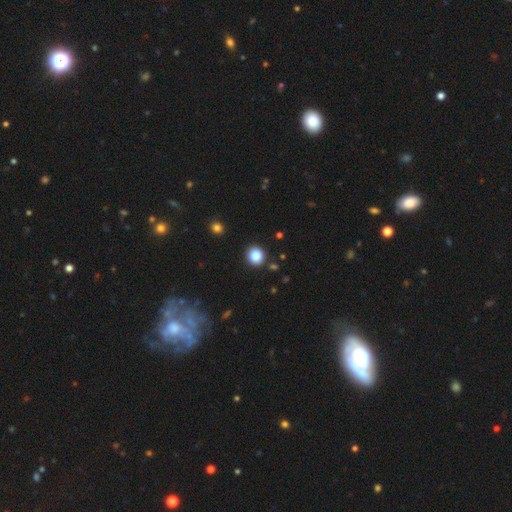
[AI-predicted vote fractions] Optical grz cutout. It shows a smooth galaxy with no disk features (87%) that is round (88%). Merging: none (89%).